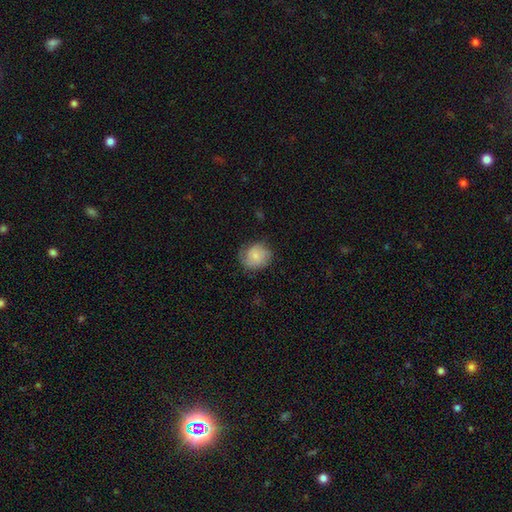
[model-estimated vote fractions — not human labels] The model was most divided on "merging": none: 64%, minor disturbance: 26%, major disturbance: 9%, merger: 1%. More confident: how rounded — round (72%); smooth or featured — smooth (72%).